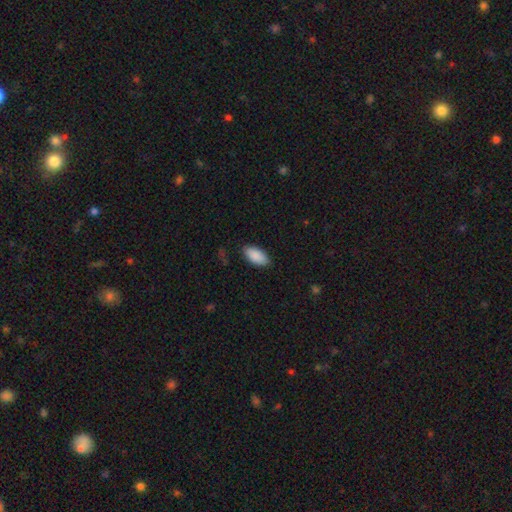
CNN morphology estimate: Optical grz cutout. It shows a smooth galaxy with no disk features (90%) that is in between round and cigar-shaped (94%). Merging: none (85%).